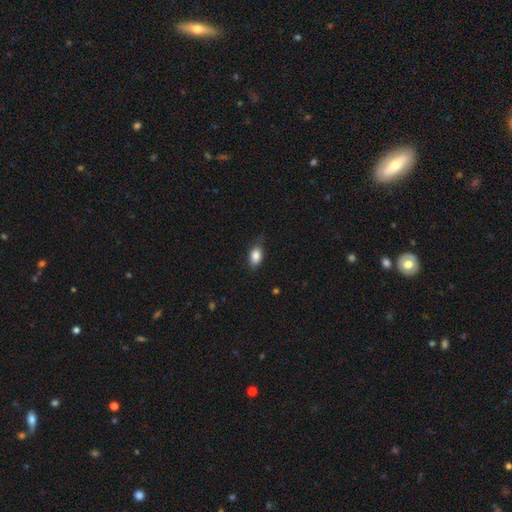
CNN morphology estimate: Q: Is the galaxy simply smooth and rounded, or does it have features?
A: smooth — 85%.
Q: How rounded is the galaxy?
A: in between — 86%.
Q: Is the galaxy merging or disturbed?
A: none — 69%.